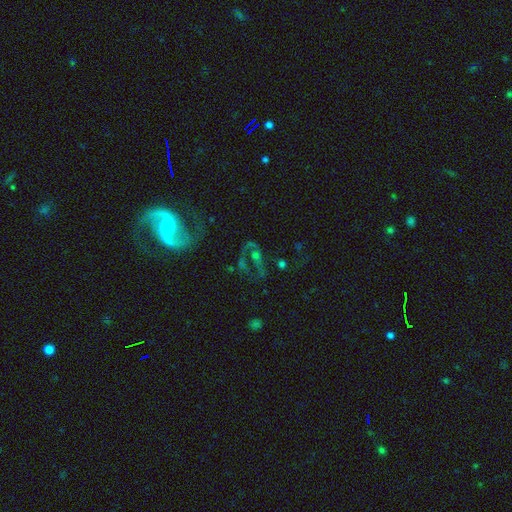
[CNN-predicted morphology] Smooth or featured? featured or disk (48%)
Merging? none (42%)